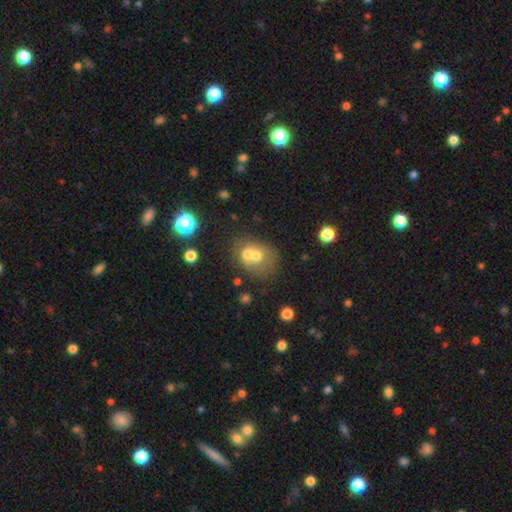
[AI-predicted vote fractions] This appears to be a smooth galaxy with no disk features (57%) that is round (64%). Merging: merger (60%).